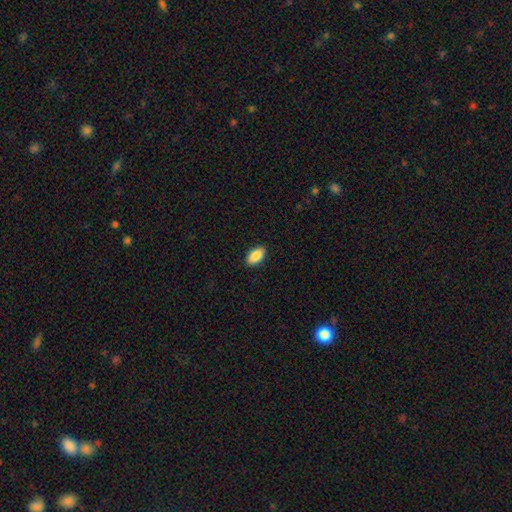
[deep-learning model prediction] Smooth or featured?
  - smooth: 89% *
  - star or artifact: 7%
  - featured or disk: 5%
How rounded?
  - in between: 94% *
  - round: 4%
  - cigar-shaped: 3%
Merging?
  - none: 90% *
  - minor disturbance: 7%
  - major disturbance: 2%
  - merger: 1%